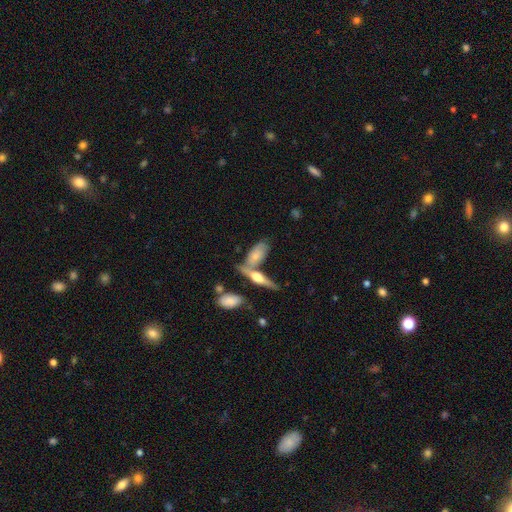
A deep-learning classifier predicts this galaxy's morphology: A smooth galaxy with no disk features (55%) that is in between round and cigar-shaped (77%).

Vote fractions:
- Smooth or featured? smooth: 55% / featured or disk: 38% / star or artifact: 7%
- How rounded? in between: 77% / cigar-shaped: 19% / round: 4%
- Merging? none: 41% / merger: 37% / minor disturbance: 16% / major disturbance: 6%